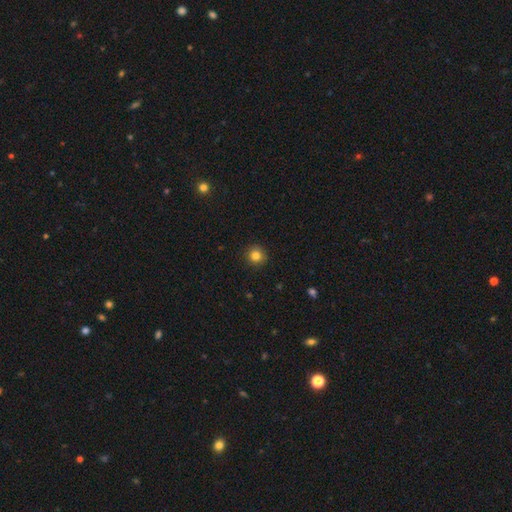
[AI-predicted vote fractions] Q: Smooth or featured?
A: smooth (83%); runner-up: star or artifact (12%)
Q: How rounded?
A: round (94%); runner-up: in between (5%)
Q: Merging?
A: none (91%); runner-up: minor disturbance (6%)